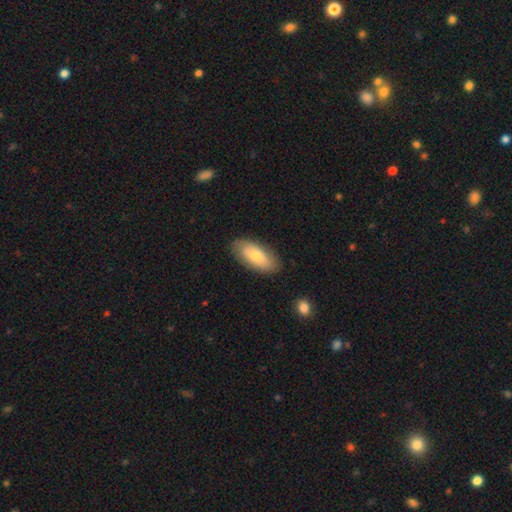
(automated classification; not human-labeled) smooth-or-featured: smooth: 68% | featured or disk: 26% | star or artifact: 6%
  how-rounded: in between: 89% | cigar-shaped: 9% | round: 2%
  merging: none: 84% | minor disturbance: 12% | major disturbance: 3% | merger: 1%